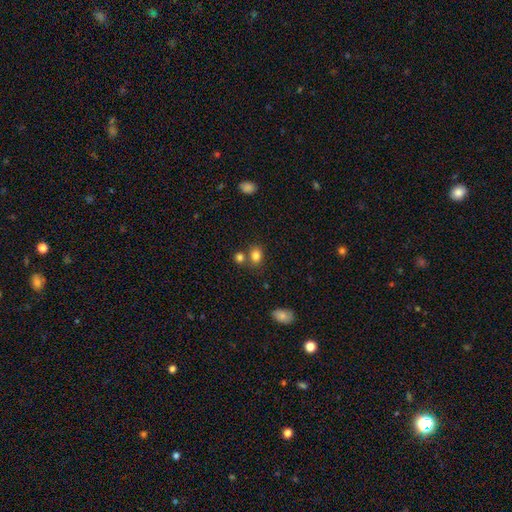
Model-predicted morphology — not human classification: smooth 82%, star or artifact 12%, featured or disk 7%. Down the decision tree: how rounded — in between (53%); merging — none (60%).